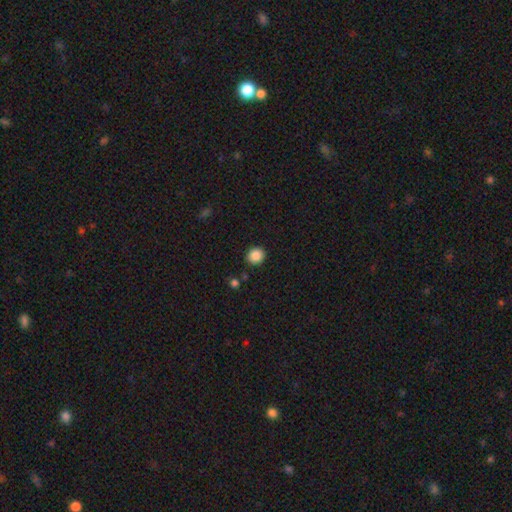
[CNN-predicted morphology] Smooth or featured?
  - smooth: 87% *
  - star or artifact: 9%
  - featured or disk: 4%
How rounded?
  - round: 83% *
  - in between: 16%
  - cigar-shaped: 1%
Merging?
  - none: 89% *
  - minor disturbance: 6%
  - merger: 2%
  - major disturbance: 2%